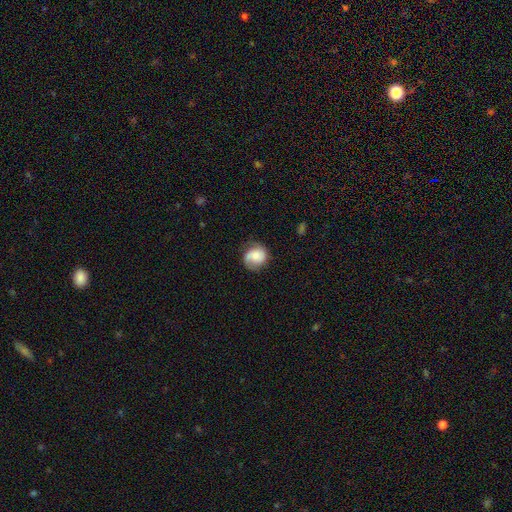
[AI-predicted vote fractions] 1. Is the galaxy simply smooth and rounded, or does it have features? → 54% smooth, 38% featured or disk, 9% star or artifact.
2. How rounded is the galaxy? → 76% round, 23% in between, 1% cigar-shaped.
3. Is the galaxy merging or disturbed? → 62% none, 25% minor disturbance, 11% major disturbance, 2% merger.